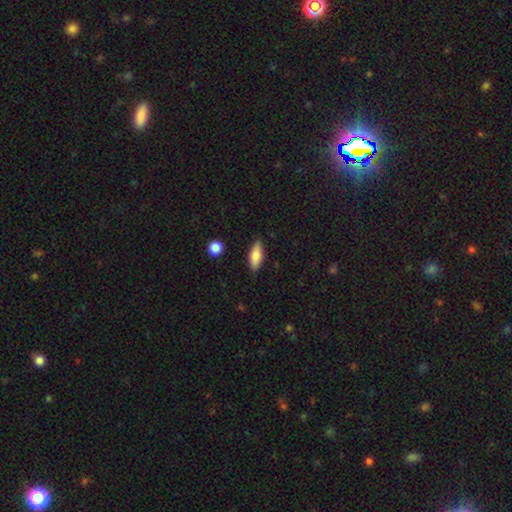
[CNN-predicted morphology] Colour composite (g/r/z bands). It shows a smooth galaxy with no disk features (79%) that is in between round and cigar-shaped (69%). Merging: none (84%).